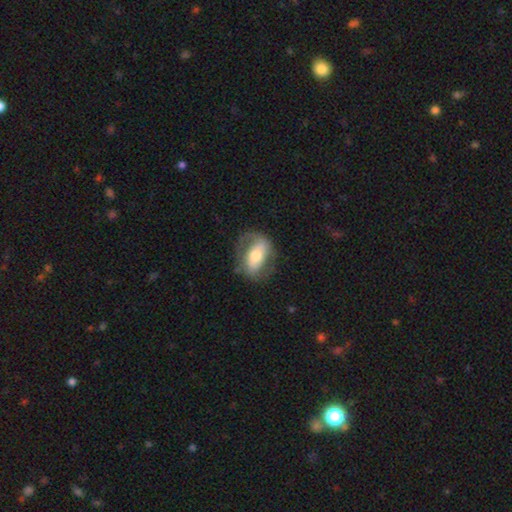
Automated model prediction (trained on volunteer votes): Overall: featured or disk (55%; smooth 39%). Edge-on disk: no (91%). Merging: none (65%).